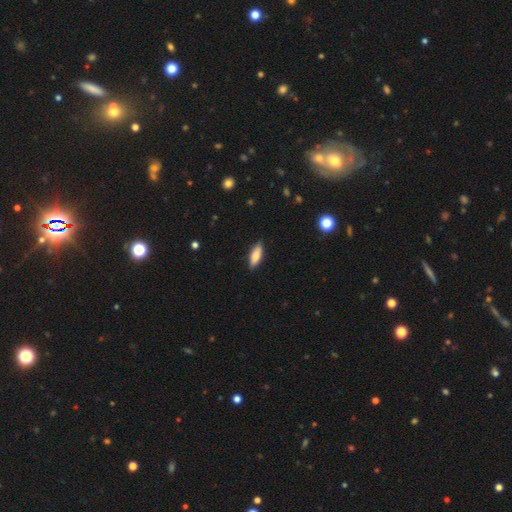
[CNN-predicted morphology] This appears to be a smooth galaxy with no disk features (78%) that is in between round and cigar-shaped (60%). Merging: none (87%).